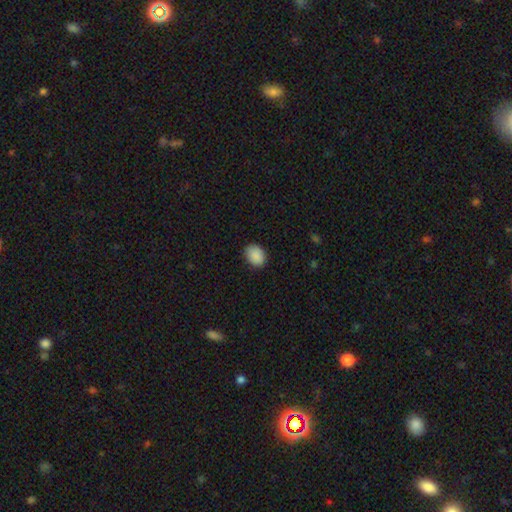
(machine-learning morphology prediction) smooth_or_featured: smooth (p=0.89) [alt: star or artifact p=0.08]
how_rounded: in between (p=0.67) [alt: round p=0.32]
merging: none (p=0.86) [alt: minor disturbance p=0.11]